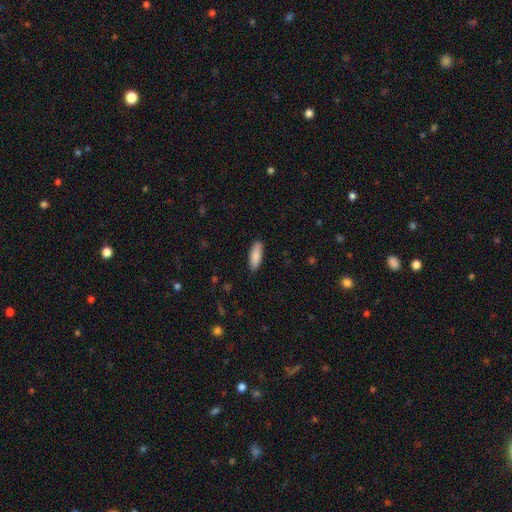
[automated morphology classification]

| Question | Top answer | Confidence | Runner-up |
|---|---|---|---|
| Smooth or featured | smooth | 89% | featured or disk (6%) |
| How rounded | in between | 60% | cigar-shaped (39%) |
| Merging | none | 87% | minor disturbance (10%) |